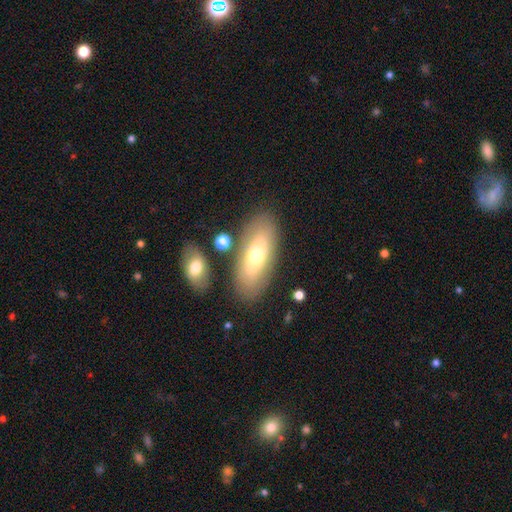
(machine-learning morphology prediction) type=smooth (53%); roundness=in between (84%); merging=none (78%).